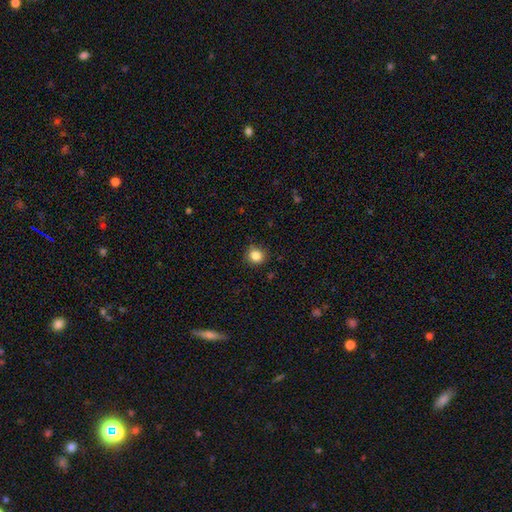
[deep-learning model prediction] Q: Smooth or featured?
A: smooth (85%); runner-up: star or artifact (11%)
Q: How rounded?
A: round (86%); runner-up: in between (13%)
Q: Merging?
A: none (86%); runner-up: minor disturbance (10%)